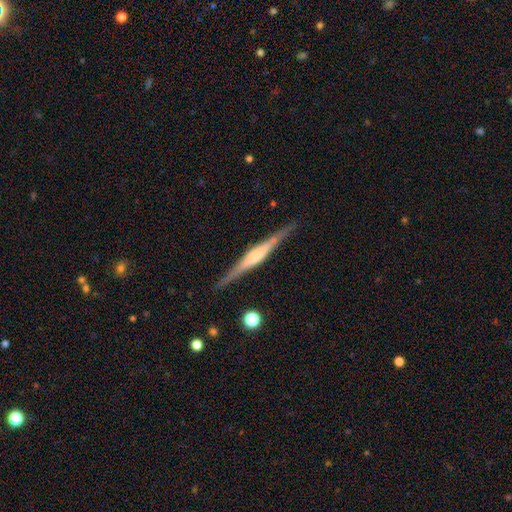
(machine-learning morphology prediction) smooth-or-featured: featured or disk: 77% | smooth: 17% | star or artifact: 6%
  disk-edge-on: yes: 98% | no: 2%
    edge-on-bulge: rounded: 59% | boxy: 30% | none: 10%
  merging: none: 86% | minor disturbance: 10% | major disturbance: 2% | merger: 2%